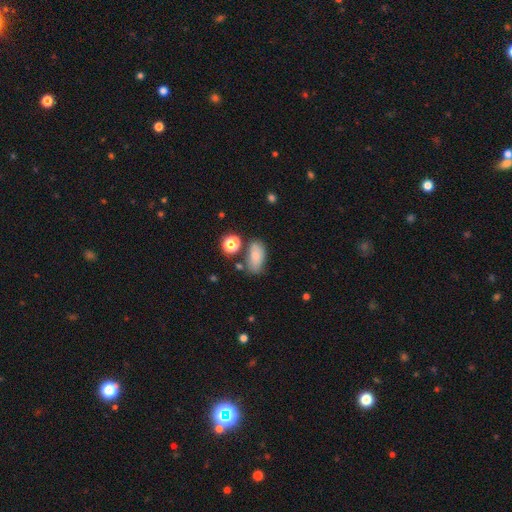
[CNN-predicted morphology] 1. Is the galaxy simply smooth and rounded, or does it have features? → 75% smooth, 15% featured or disk, 10% star or artifact.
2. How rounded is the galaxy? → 89% in between, 7% round, 4% cigar-shaped.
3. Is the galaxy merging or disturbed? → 63% none, 21% minor disturbance, 10% merger, 6% major disturbance.